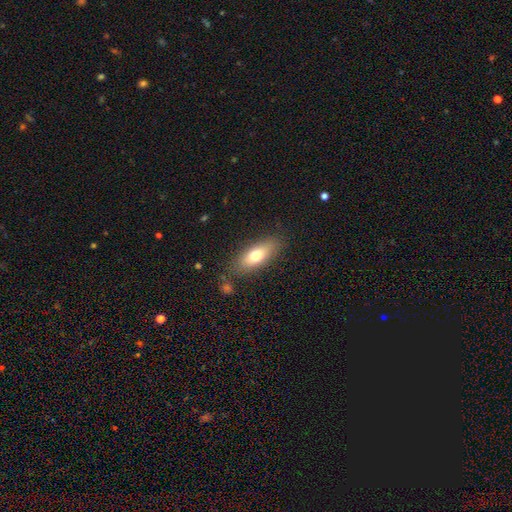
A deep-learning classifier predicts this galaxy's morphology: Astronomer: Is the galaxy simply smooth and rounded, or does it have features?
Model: smooth — 69%.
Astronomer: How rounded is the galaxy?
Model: in between — 68%.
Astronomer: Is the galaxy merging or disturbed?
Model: none — 82%.